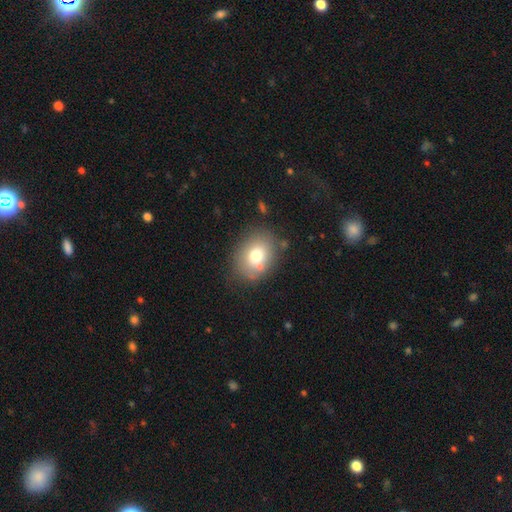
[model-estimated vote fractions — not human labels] Morphology: type=smooth (72%); roundness=in between (59%); merging=none (73%).